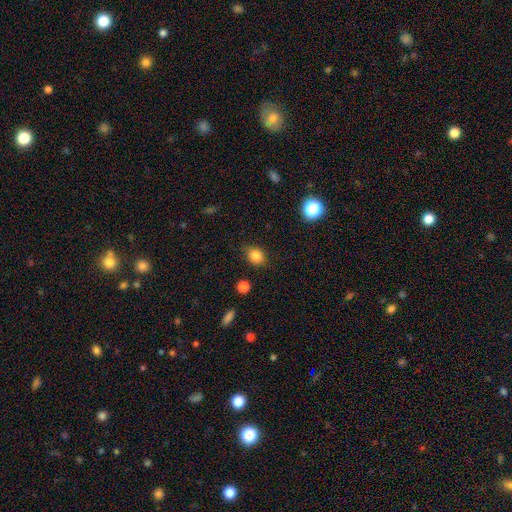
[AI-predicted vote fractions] A smooth galaxy with no disk features (84%) that is round (55%).

Vote fractions:
- Smooth or featured? smooth: 84% / star or artifact: 11% / featured or disk: 5%
- How rounded? round: 55% / in between: 44% / cigar-shaped: 1%
- Merging? none: 81% / minor disturbance: 14% / major disturbance: 3% / merger: 2%